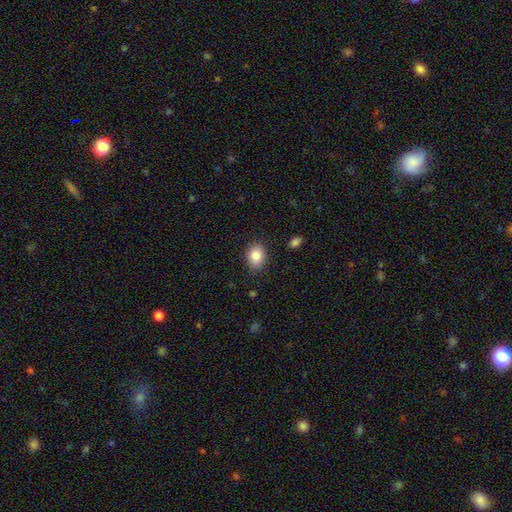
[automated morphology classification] Smooth or featured?
  - smooth: 85% *
  - star or artifact: 8%
  - featured or disk: 6%
How rounded?
  - in between: 60% *
  - round: 39%
  - cigar-shaped: 1%
Merging?
  - none: 86% *
  - minor disturbance: 10%
  - major disturbance: 3%
  - merger: 1%